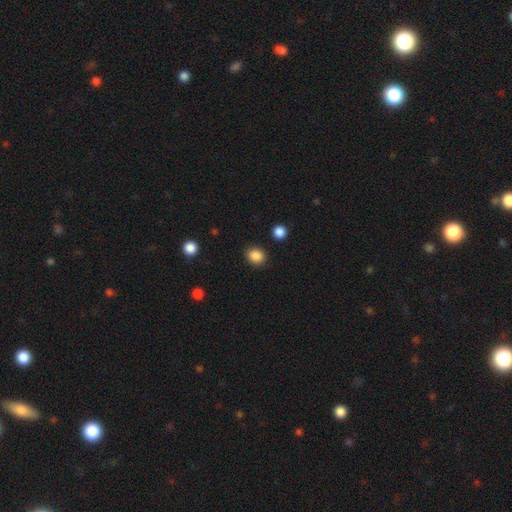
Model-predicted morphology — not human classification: A smooth galaxy with no disk features (87%) that is round (68%).

Vote fractions:
- Smooth or featured? smooth: 87% / star or artifact: 10% / featured or disk: 3%
- How rounded? round: 68% / in between: 31% / cigar-shaped: 1%
- Merging? none: 89% / minor disturbance: 7% / major disturbance: 2% / merger: 2%